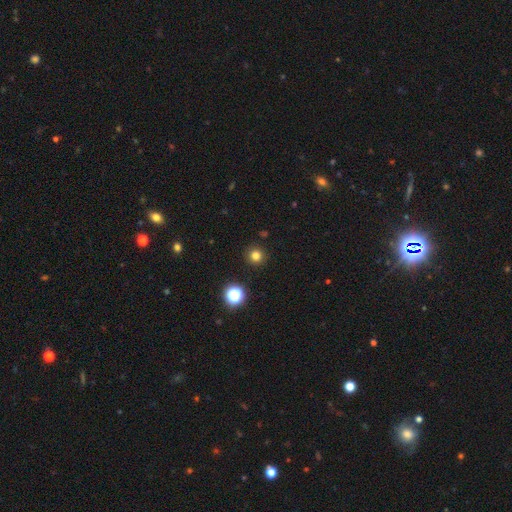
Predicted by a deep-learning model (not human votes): smooth_or_featured: smooth (p=0.78) [alt: star or artifact p=0.16]
how_rounded: round (p=0.95) [alt: in between p=0.04]
merging: none (p=0.91) [alt: minor disturbance p=0.05]